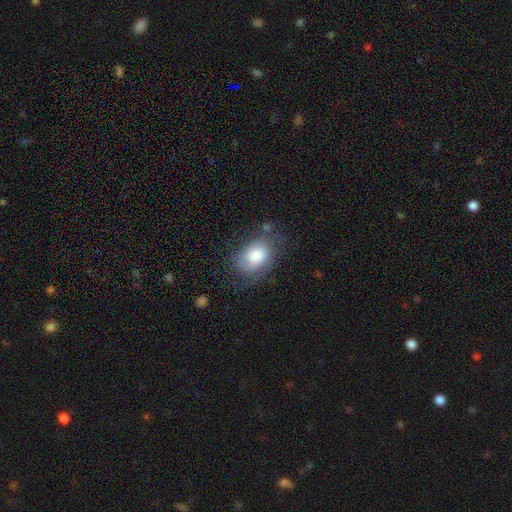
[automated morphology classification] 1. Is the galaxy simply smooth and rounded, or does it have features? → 54% smooth, 37% featured or disk, 9% star or artifact.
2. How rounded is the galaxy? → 76% in between, 23% round, 1% cigar-shaped.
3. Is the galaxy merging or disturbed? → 54% none, 27% minor disturbance, 16% major disturbance, 3% merger.